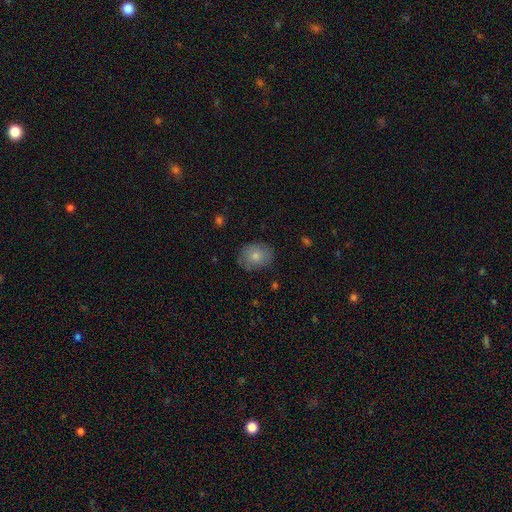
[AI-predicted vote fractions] smooth_or_featured: smooth (p=0.78) [alt: featured or disk p=0.14]
how_rounded: in between (p=0.57) [alt: round p=0.42]
merging: none (p=0.77) [alt: minor disturbance p=0.17]